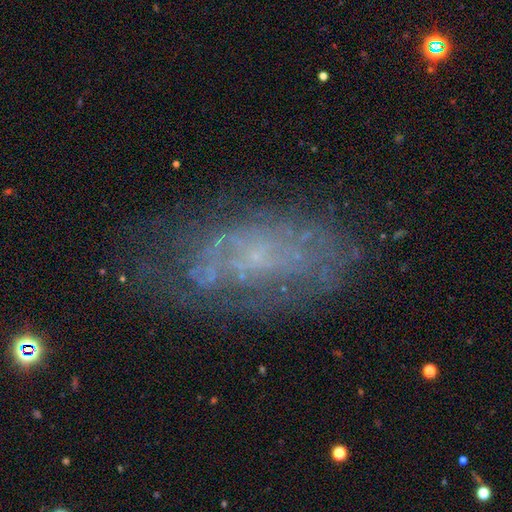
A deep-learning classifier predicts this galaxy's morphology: This is likely a featured or disk galaxy (65%). It is clearly not viewed edge-on (94%). Bar: clearly no (81%). Spiral arm pattern: possibly yes (54%). Central bulge: possibly small (55%). Merging: likely none (61%).